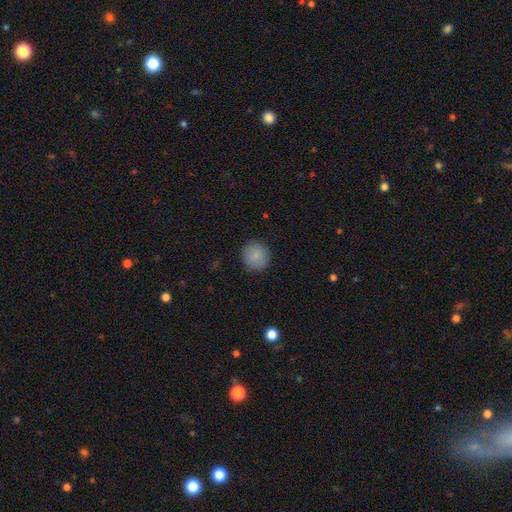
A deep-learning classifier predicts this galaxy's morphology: A smooth galaxy with no disk features (86%) that is round (90%).

Vote fractions:
- Smooth or featured? smooth: 86% / star or artifact: 8% / featured or disk: 6%
- How rounded? round: 90% / in between: 9% / cigar-shaped: 1%
- Merging? none: 86% / minor disturbance: 10% / major disturbance: 3% / merger: 1%